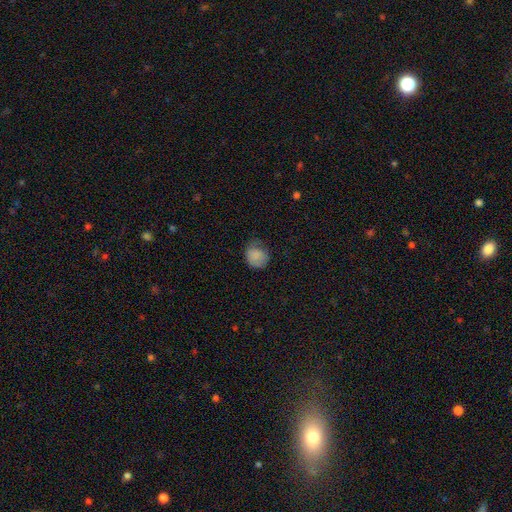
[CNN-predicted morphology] Smooth or featured? Predicted: smooth (p=0.83). How rounded? Predicted: round (p=0.69). Merging? Predicted: none (p=0.53).